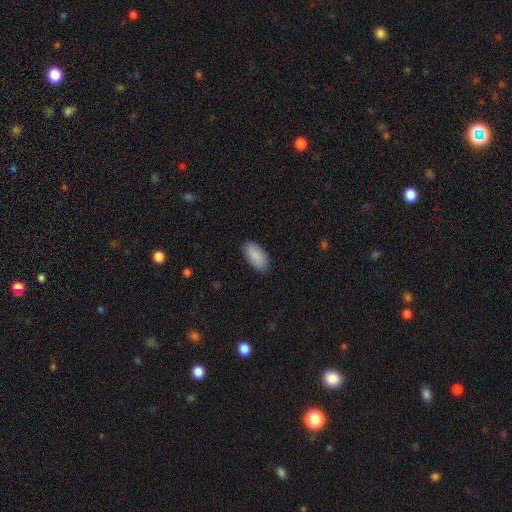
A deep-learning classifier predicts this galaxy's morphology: This is clearly a smooth galaxy (90%). How rounded: clearly in between (93%). Merging: clearly none (88%).